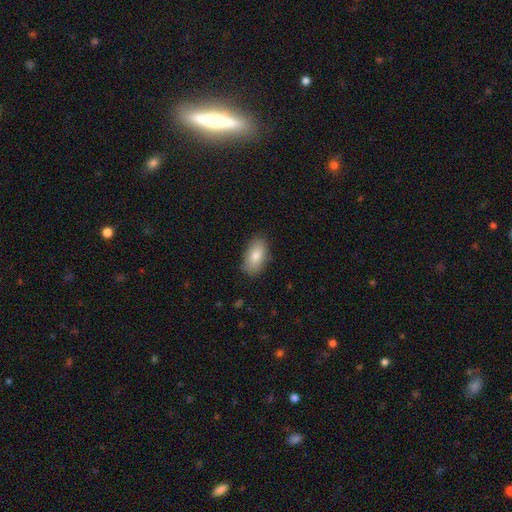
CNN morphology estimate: Smooth or featured: smooth — 81% (featured or disk — 12%)
How rounded: in between — 92% (round — 4%)
Merging: none — 84% (minor disturbance — 13%)